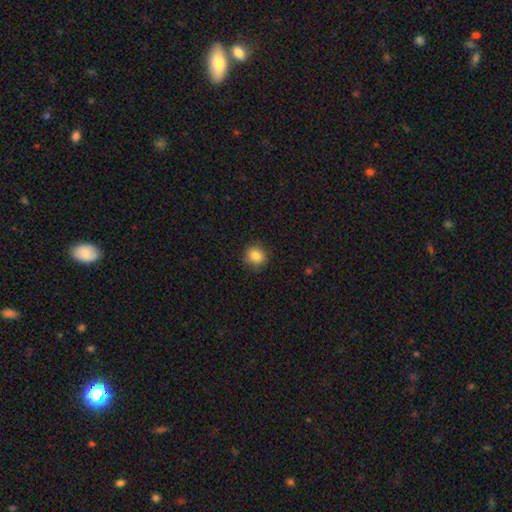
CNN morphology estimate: Smooth or featured?
  - smooth: 85% *
  - star or artifact: 10%
  - featured or disk: 5%
How rounded?
  - round: 87% *
  - in between: 12%
  - cigar-shaped: 1%
Merging?
  - none: 87% *
  - minor disturbance: 10%
  - major disturbance: 2%
  - merger: 1%